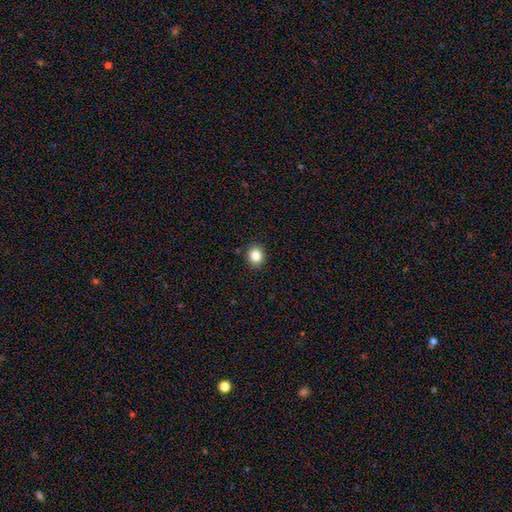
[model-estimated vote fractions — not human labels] smooth_or_featured: smooth (p=0.84) [alt: star or artifact p=0.11]
how_rounded: round (p=0.81) [alt: in between p=0.19]
merging: none (p=0.90) [alt: minor disturbance p=0.07]